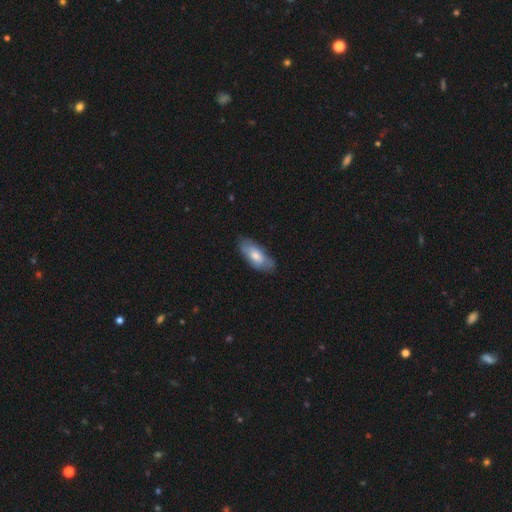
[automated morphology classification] This is likely a smooth galaxy (67%). How rounded: clearly in between (83%). Merging: likely none (75%).